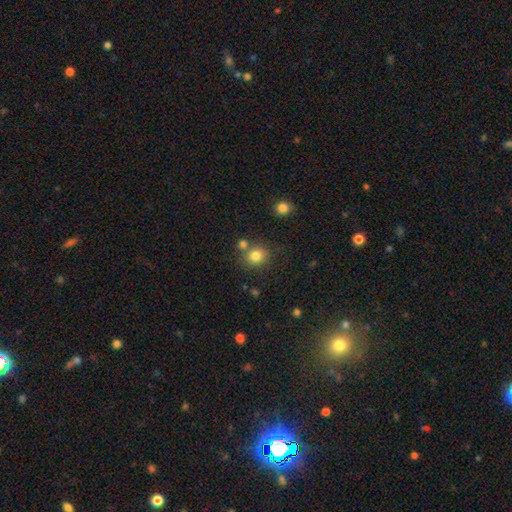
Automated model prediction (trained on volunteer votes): Q: Smooth or featured?
A: smooth (81%); runner-up: star or artifact (12%)
Q: How rounded?
A: round (82%); runner-up: in between (17%)
Q: Merging?
A: none (70%); runner-up: merger (17%)